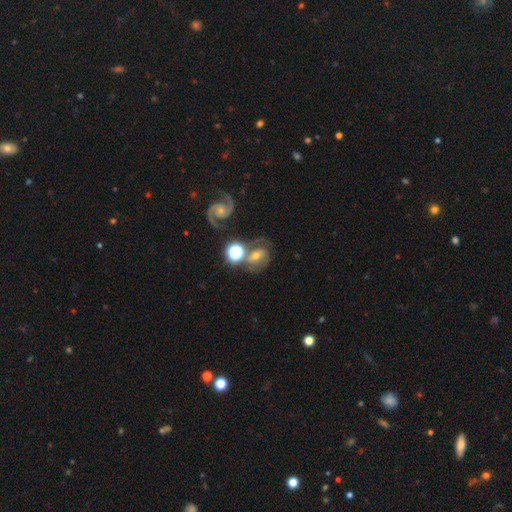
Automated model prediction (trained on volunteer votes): Q: Smooth or featured?
A: featured or disk (66%); runner-up: smooth (21%)
Q: Edge-on disk?
A: no (96%); runner-up: yes (4%)
Q: Bar?
A: no (43%); runner-up: weak (39%)
Q: Spiral arms?
A: yes (92%); runner-up: no (8%)
Q: Spiral winding?
A: medium (52%); runner-up: tight (31%)
Q: Spiral arm count?
A: 2 (85%); runner-up: can't tell (7%)
Q: Bulge size?
A: small (48%); runner-up: moderate (44%)
Q: Merging?
A: none (59%); runner-up: merger (17%)